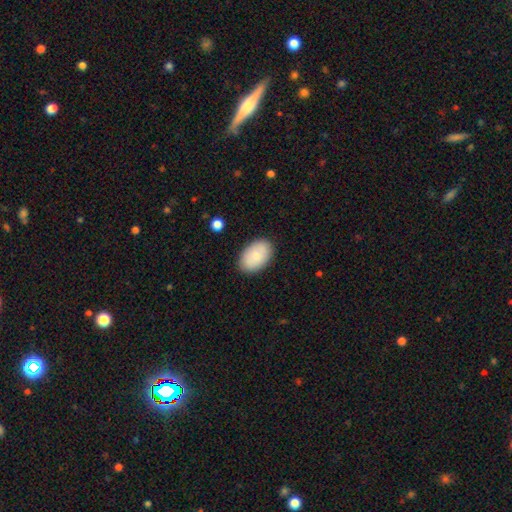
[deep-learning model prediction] The model was most divided on "smooth or featured": smooth: 80%, featured or disk: 13%, star or artifact: 6%. More confident: how rounded — in between (91%); merging — none (86%).